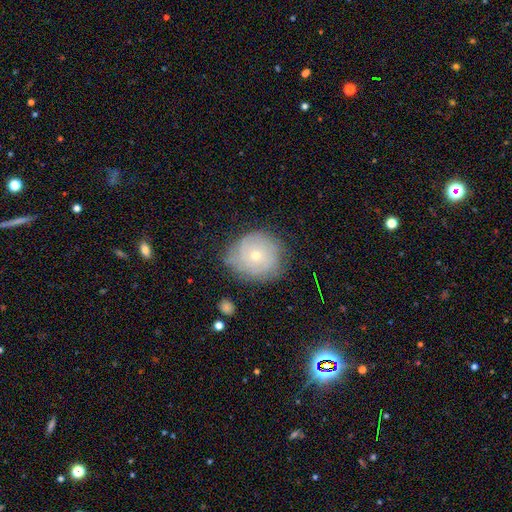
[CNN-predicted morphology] type=featured or disk (52%); edge-on=no (96%); merging=none (72%).